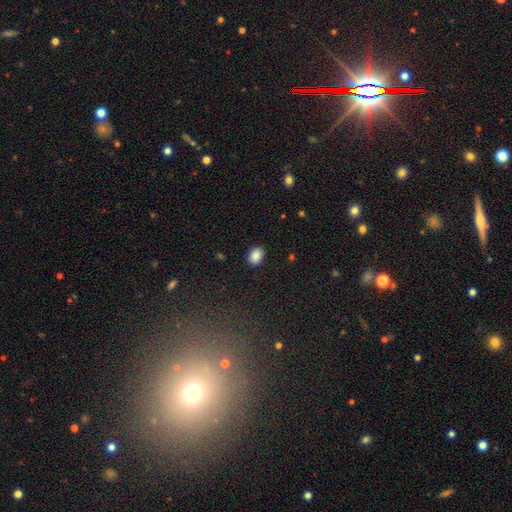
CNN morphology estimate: smooth-or-featured: smooth: 87% | star or artifact: 9% | featured or disk: 4%
  how-rounded: in between: 70% | round: 29% | cigar-shaped: 1%
  merging: none: 88% | minor disturbance: 8% | major disturbance: 2% | merger: 1%